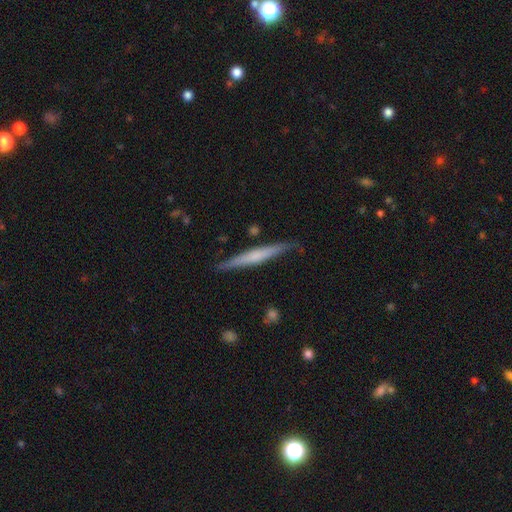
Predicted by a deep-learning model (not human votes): This appears to be a featured or disk galaxy (48%). Merging: none (82%).